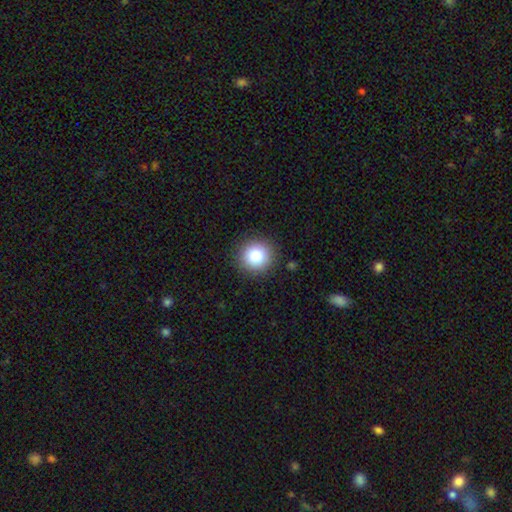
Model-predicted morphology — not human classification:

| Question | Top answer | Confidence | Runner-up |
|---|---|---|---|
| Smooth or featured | smooth | 84% | star or artifact (10%) |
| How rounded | round | 93% | in between (6%) |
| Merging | none | 90% | minor disturbance (7%) |